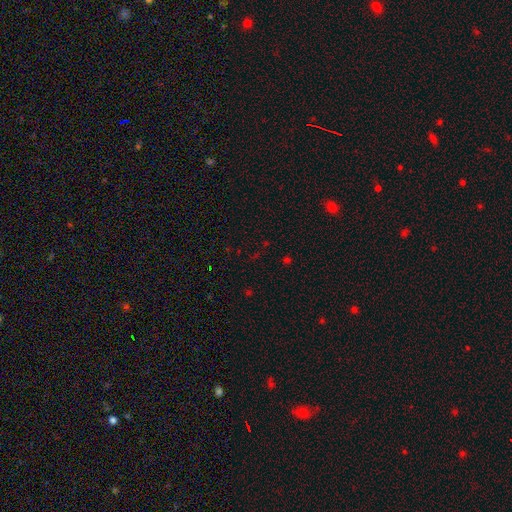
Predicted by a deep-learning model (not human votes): Smooth or featured? Predicted: star or artifact (p=0.66).